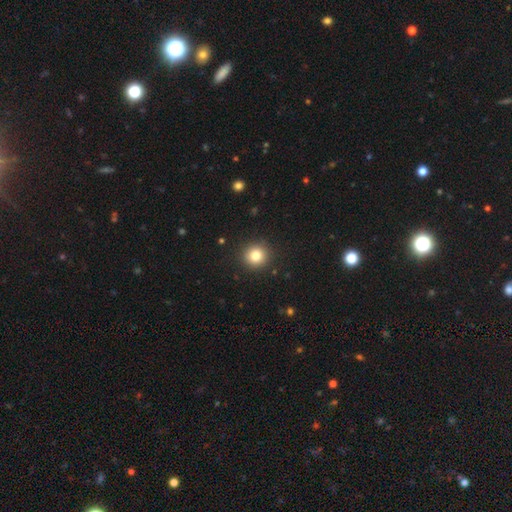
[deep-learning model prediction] A smooth galaxy with no disk features (82%) that is round (92%). Merging: none (91%).